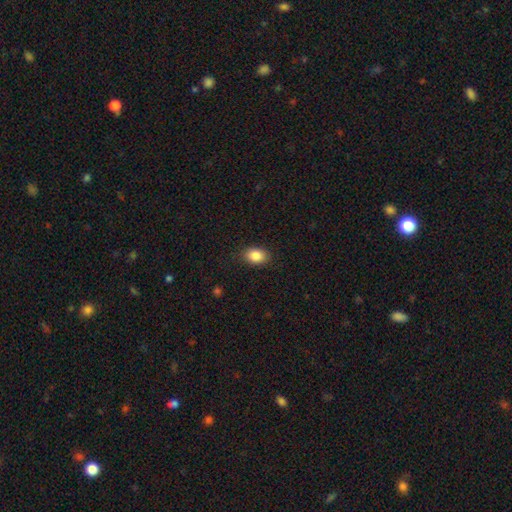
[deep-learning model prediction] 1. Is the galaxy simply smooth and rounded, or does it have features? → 87% smooth, 8% star or artifact, 5% featured or disk.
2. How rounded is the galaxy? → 79% in between, 20% round, 1% cigar-shaped.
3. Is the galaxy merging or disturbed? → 86% none, 11% minor disturbance, 3% major disturbance, 1% merger.